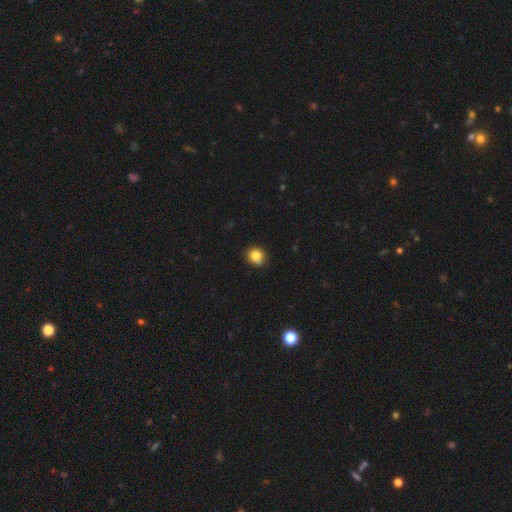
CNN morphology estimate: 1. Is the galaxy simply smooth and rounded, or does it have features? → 83% smooth, 11% star or artifact, 6% featured or disk.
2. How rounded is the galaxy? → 77% round, 22% in between, 1% cigar-shaped.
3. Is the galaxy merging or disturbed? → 78% none, 17% minor disturbance, 3% major disturbance, 2% merger.